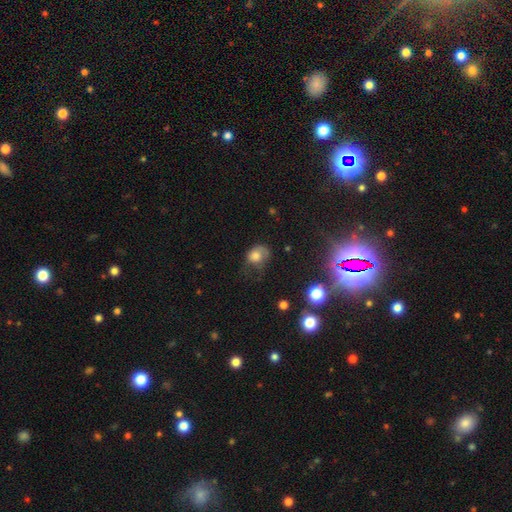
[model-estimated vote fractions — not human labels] Overall: smooth (69%). How rounded: in between (52%; round 47%). Merging: none (35%; minor disturbance 32%).